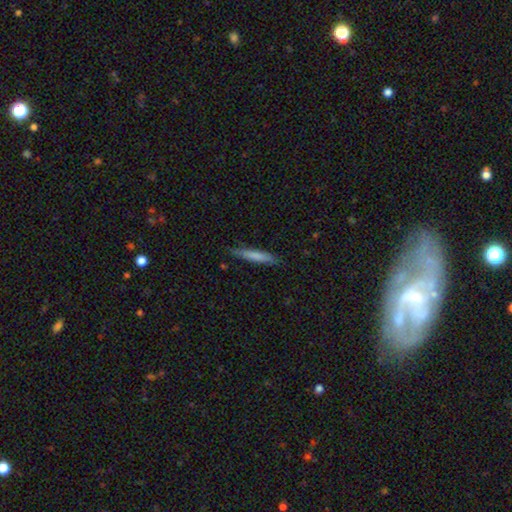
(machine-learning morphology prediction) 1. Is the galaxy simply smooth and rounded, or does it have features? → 74% smooth, 20% featured or disk, 6% star or artifact.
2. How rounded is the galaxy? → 92% cigar-shaped, 6% in between, 1% round.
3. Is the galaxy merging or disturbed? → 84% none, 12% minor disturbance, 2% major disturbance, 1% merger.